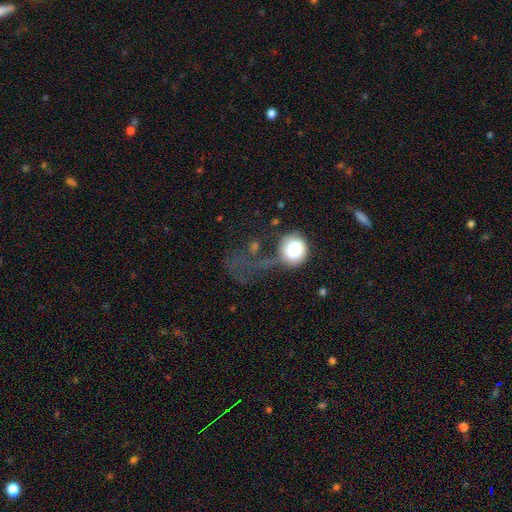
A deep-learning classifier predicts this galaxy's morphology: Overall: star or artifact (47%; smooth 35%).